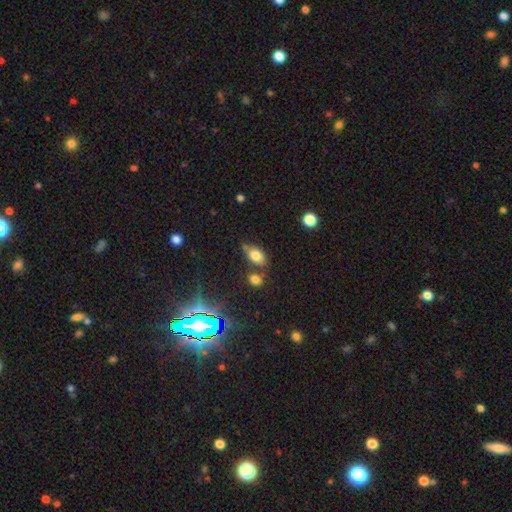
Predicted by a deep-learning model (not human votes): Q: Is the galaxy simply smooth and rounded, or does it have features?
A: smooth — 75%.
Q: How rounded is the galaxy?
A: in between — 84%.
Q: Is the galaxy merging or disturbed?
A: none — 64%.